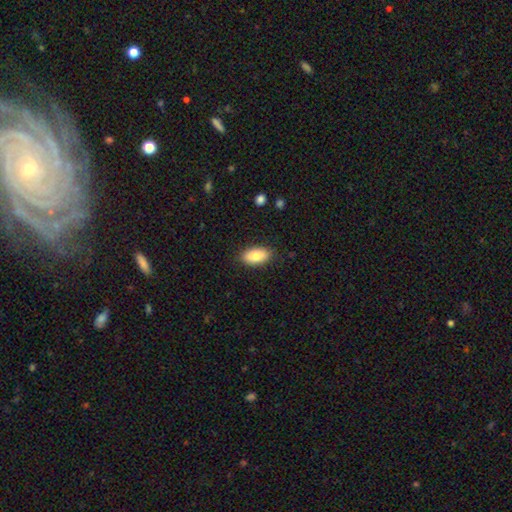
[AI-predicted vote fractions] smooth-or-featured: smooth: 83% | featured or disk: 10% | star or artifact: 7%
  how-rounded: in between: 92% | cigar-shaped: 5% | round: 3%
  merging: none: 86% | minor disturbance: 10% | major disturbance: 2% | merger: 1%